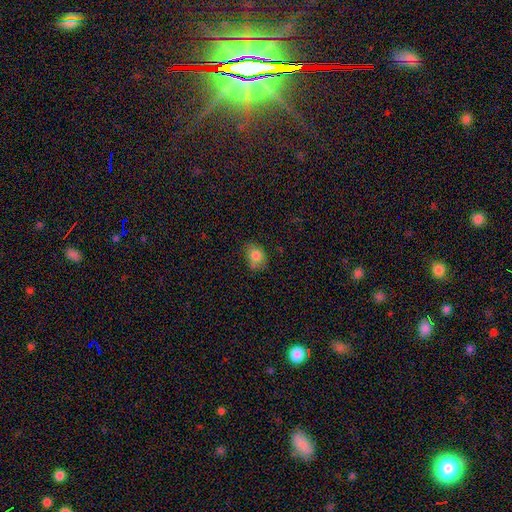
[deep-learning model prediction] Smooth or featured: smooth — 82% (star or artifact — 10%)
How rounded: in between — 56% (round — 43%)
Merging: none — 58% (minor disturbance — 31%)